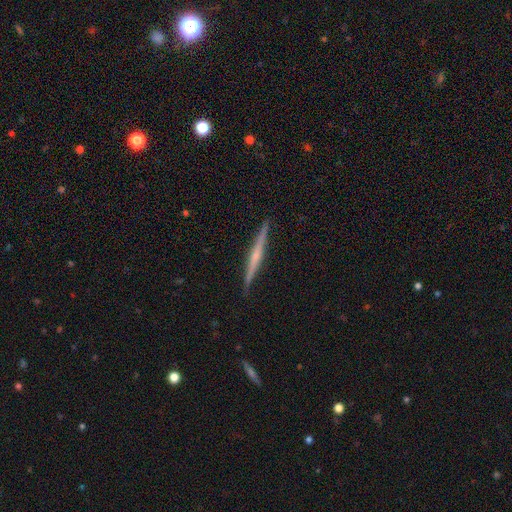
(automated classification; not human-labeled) Q: Smooth or featured?
A: featured or disk (68%); runner-up: smooth (26%)
Q: Edge-on disk?
A: yes (98%); runner-up: no (2%)
Q: Edge-on bulge?
A: rounded (50%); runner-up: none (41%)
Q: Merging?
A: none (91%); runner-up: minor disturbance (6%)